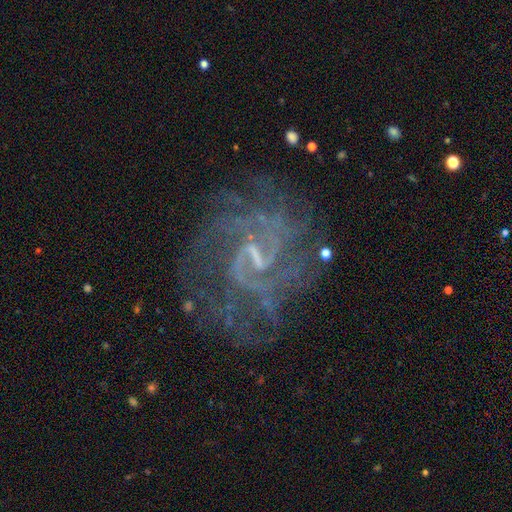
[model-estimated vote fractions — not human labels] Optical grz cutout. It shows a featured or disk galaxy (84%) with a weak bar (56%), tight (45%) spiral arms (94%) and a small central bulge (59%). Merging: none (69%).